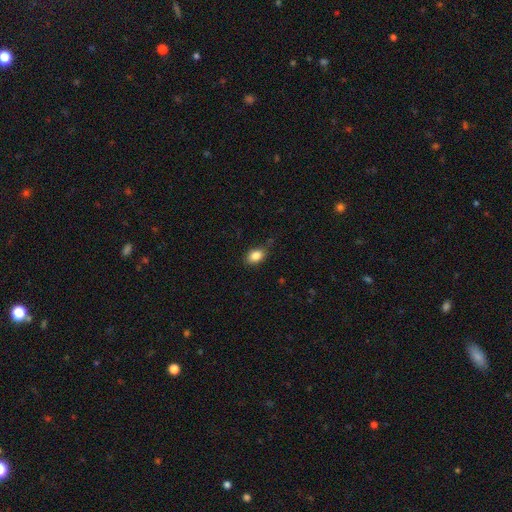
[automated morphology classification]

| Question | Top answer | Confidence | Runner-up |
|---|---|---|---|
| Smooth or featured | smooth | 86% | star or artifact (9%) |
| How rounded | in between | 83% | round (15%) |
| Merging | none | 79% | minor disturbance (17%) |